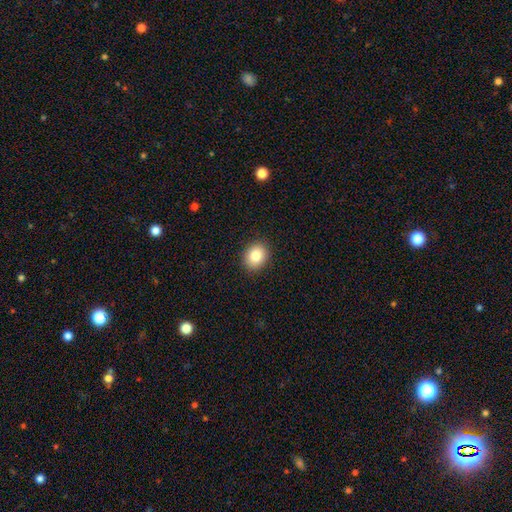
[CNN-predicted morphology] Smooth or featured?
  - smooth: 85% *
  - star or artifact: 9%
  - featured or disk: 7%
How rounded?
  - round: 51% *
  - in between: 48%
  - cigar-shaped: 1%
Merging?
  - none: 90% *
  - minor disturbance: 7%
  - major disturbance: 2%
  - merger: 1%